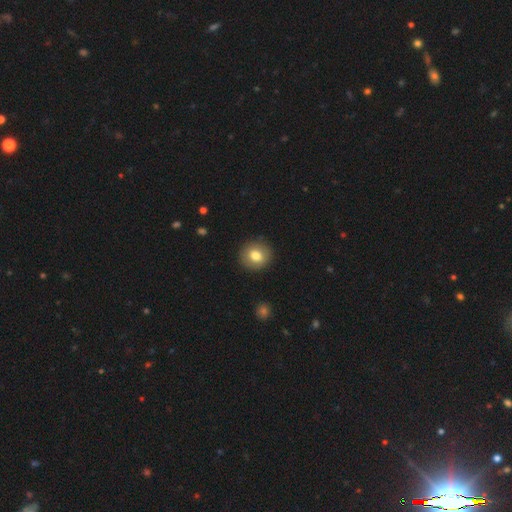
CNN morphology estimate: type=smooth (78%); roundness=round (84%); merging=none (90%).